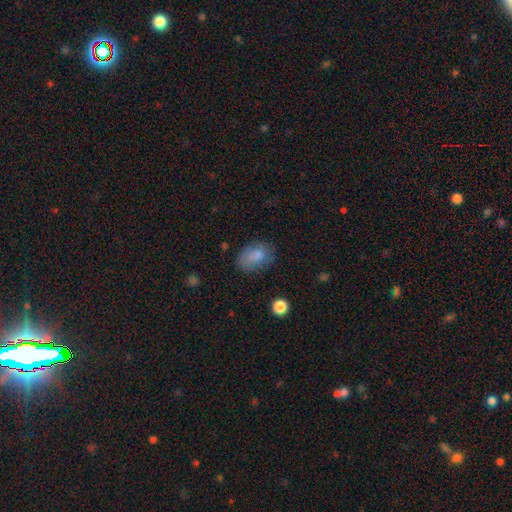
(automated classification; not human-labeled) Overall: smooth (82%). How rounded: in between (83%). Merging: none (71%).